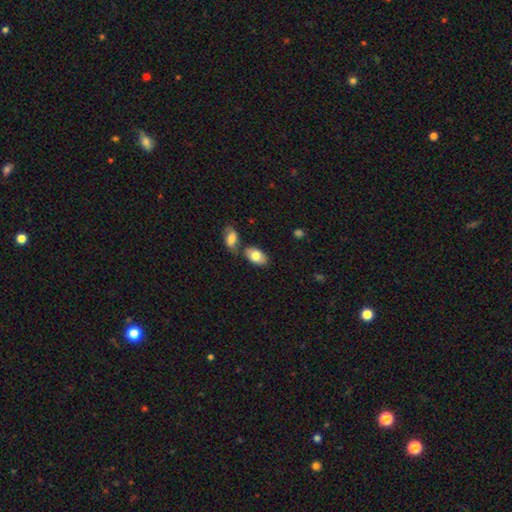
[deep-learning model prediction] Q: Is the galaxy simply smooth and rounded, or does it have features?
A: smooth — 77%.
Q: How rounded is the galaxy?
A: in between — 93%.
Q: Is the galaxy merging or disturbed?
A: none — 61%.